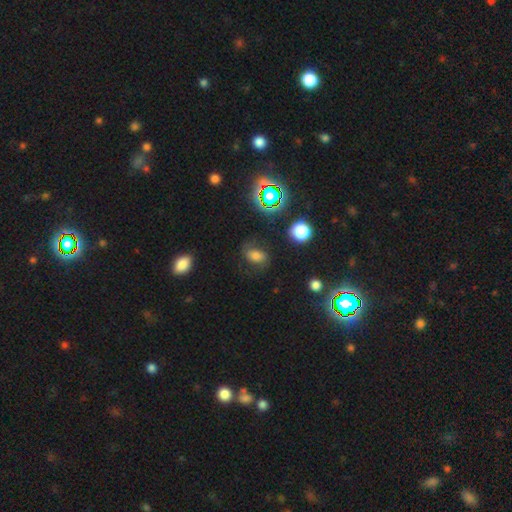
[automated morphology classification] Q: Smooth or featured?
A: smooth (59%); runner-up: star or artifact (21%)
Q: How rounded?
A: in between (78%); runner-up: round (19%)
Q: Merging?
A: none (68%); runner-up: minor disturbance (19%)